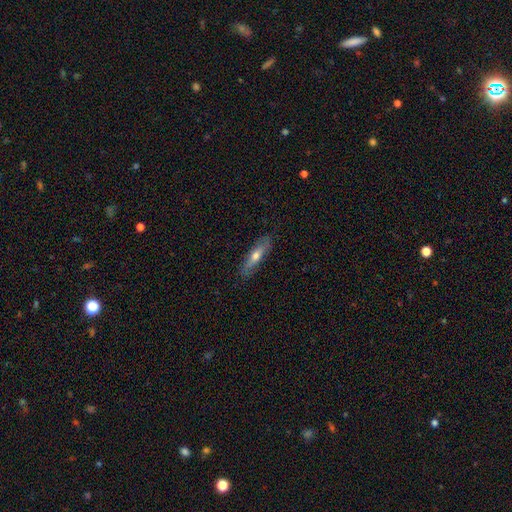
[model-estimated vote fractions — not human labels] Q: Smooth or featured?
A: smooth (55%); runner-up: featured or disk (39%)
Q: How rounded?
A: cigar-shaped (72%); runner-up: in between (26%)
Q: Merging?
A: none (82%); runner-up: minor disturbance (14%)